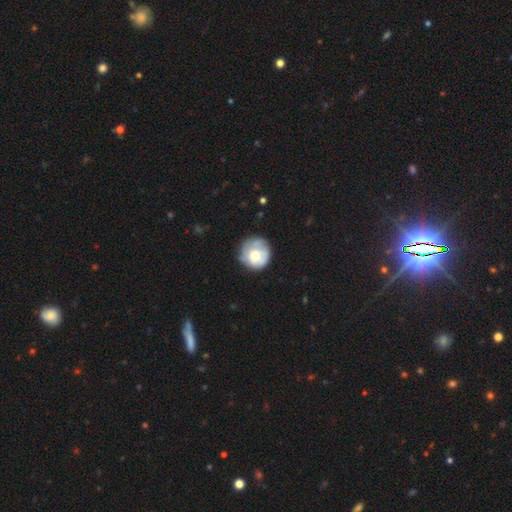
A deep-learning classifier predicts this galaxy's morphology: type=smooth (59%); roundness=round (90%); merging=none (67%).